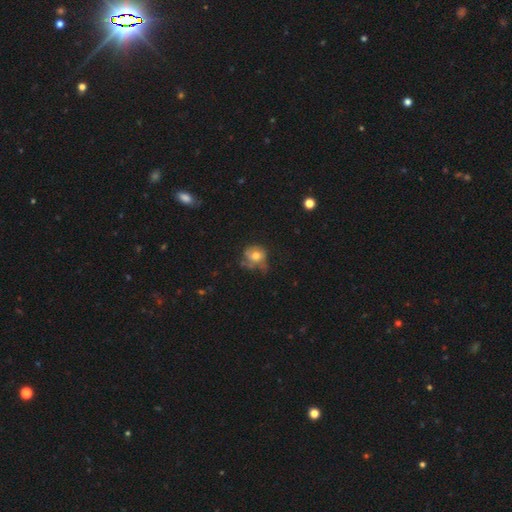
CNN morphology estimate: smooth_or_featured: smooth (p=0.61) [alt: featured or disk p=0.28]
how_rounded: round (p=0.72) [alt: in between p=0.27]
merging: none (p=0.42) [alt: minor disturbance p=0.31]